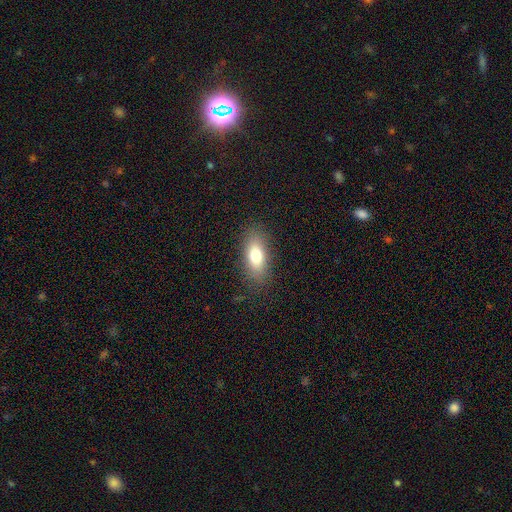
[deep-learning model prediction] Morphology: type=smooth (76%); roundness=in between (80%); merging=none (85%).